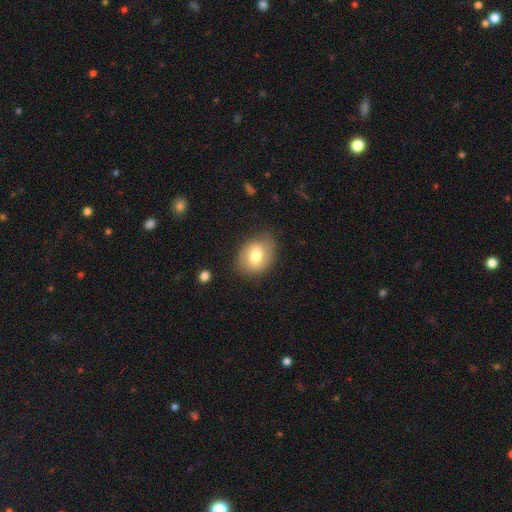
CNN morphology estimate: A smooth galaxy with no disk features (67%) that is in between round and cigar-shaped (66%).

Vote fractions:
- Smooth or featured? smooth: 67% / featured or disk: 26% / star or artifact: 7%
- How rounded? in between: 66% / round: 33% / cigar-shaped: 1%
- Merging? none: 75% / minor disturbance: 18% / major disturbance: 5% / merger: 1%